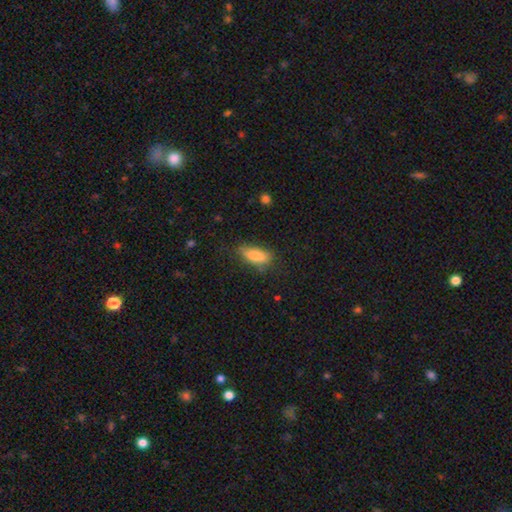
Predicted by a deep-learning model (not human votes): smooth 81%, featured or disk 12%, star or artifact 7%. Down the decision tree: how rounded — in between (78%); merging — none (69%).